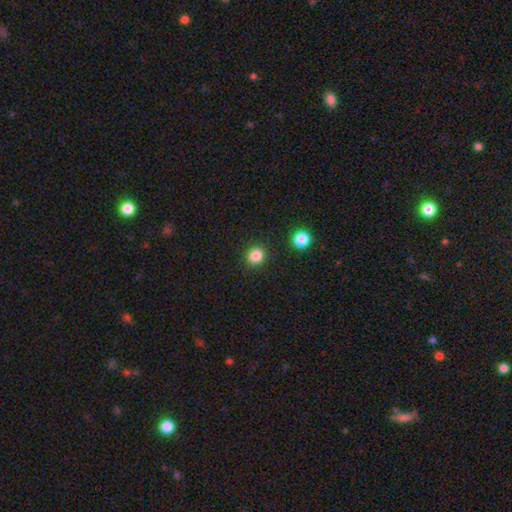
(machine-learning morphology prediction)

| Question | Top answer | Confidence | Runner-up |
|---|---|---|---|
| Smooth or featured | smooth | 85% | star or artifact (12%) |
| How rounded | round | 81% | in between (19%) |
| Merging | none | 89% | minor disturbance (6%) |